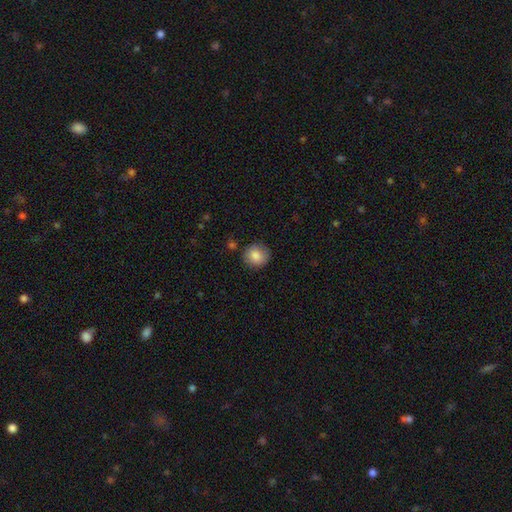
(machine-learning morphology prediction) Smooth or featured? smooth (84%)
How rounded? round (89%)
Merging? none (83%)